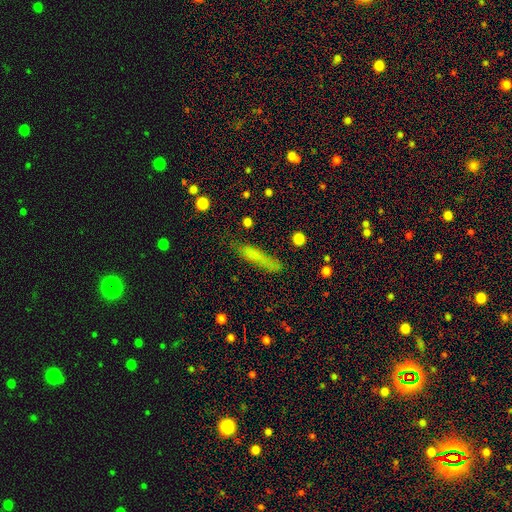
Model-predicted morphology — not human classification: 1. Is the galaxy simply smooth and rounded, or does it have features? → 70% smooth, 19% featured or disk, 11% star or artifact.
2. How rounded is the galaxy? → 85% cigar-shaped, 12% in between, 2% round.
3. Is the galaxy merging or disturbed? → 63% none, 24% minor disturbance, 9% major disturbance, 3% merger.